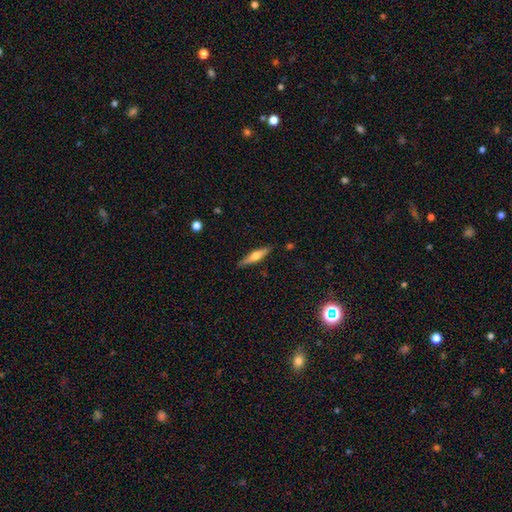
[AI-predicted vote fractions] smooth-or-featured: featured or disk: 51% | smooth: 43% | star or artifact: 6%
  disk-edge-on: yes: 95% | no: 5%
  merging: none: 88% | minor disturbance: 9% | major disturbance: 2% | merger: 1%